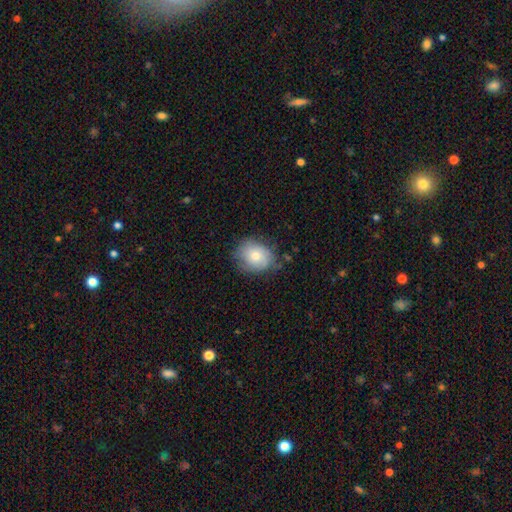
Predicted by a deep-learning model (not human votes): Morphology: type=smooth (68%); roundness=round (55%); merging=none (64%).